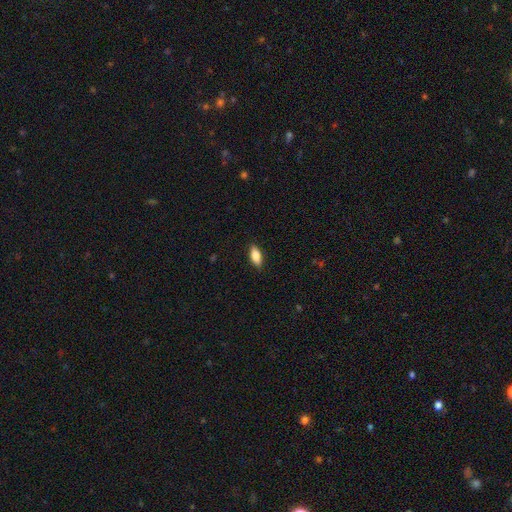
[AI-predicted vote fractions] smooth_or_featured: smooth (p=0.80) [alt: featured or disk p=0.14]
how_rounded: in between (p=0.79) [alt: cigar-shaped p=0.19]
merging: none (p=0.88) [alt: minor disturbance p=0.09]